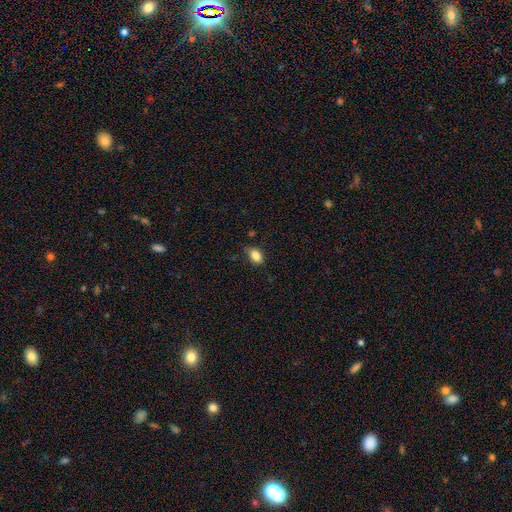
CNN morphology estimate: A smooth galaxy with no disk features (86%) that is in between round and cigar-shaped (87%).

Vote fractions:
- Smooth or featured? smooth: 86% / star or artifact: 9% / featured or disk: 5%
- How rounded? in between: 87% / round: 11% / cigar-shaped: 2%
- Merging? none: 78% / minor disturbance: 17% / major disturbance: 3% / merger: 2%